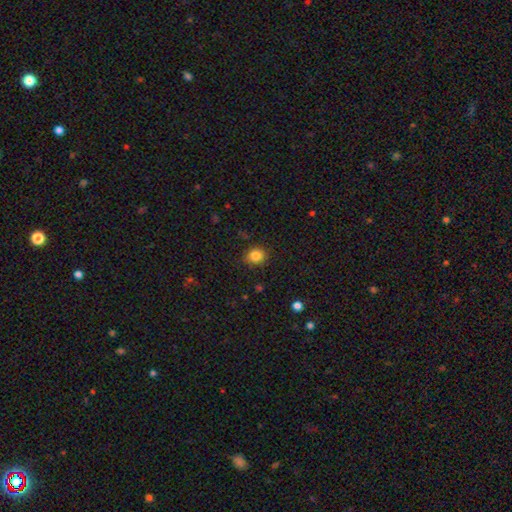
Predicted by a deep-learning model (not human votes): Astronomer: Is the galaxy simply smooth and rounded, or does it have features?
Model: smooth — 84%.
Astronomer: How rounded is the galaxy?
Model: round — 77%.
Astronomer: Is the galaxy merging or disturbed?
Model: none — 85%.